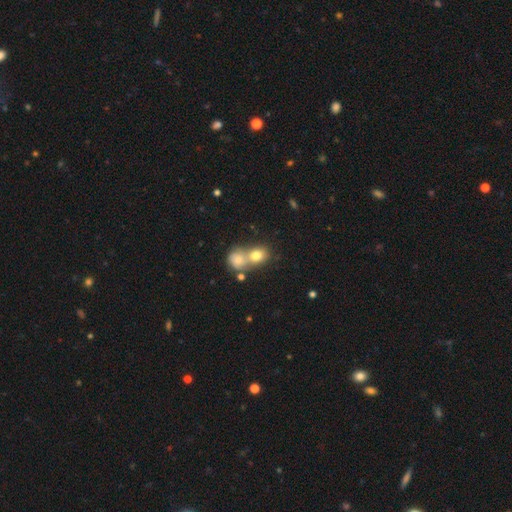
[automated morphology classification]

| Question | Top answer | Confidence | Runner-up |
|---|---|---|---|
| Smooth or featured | smooth | 75% | featured or disk (14%) |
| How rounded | round | 62% | in between (36%) |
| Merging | merger | 61% | none (29%) |